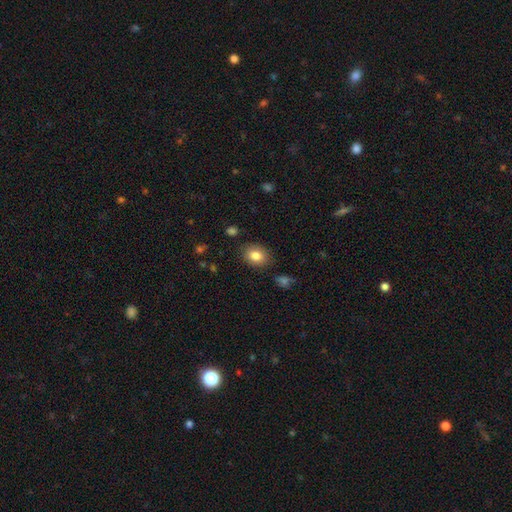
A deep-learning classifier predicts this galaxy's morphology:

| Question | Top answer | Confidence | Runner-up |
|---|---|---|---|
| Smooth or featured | smooth | 83% | star or artifact (9%) |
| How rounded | in between | 61% | round (38%) |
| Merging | none | 85% | minor disturbance (11%) |